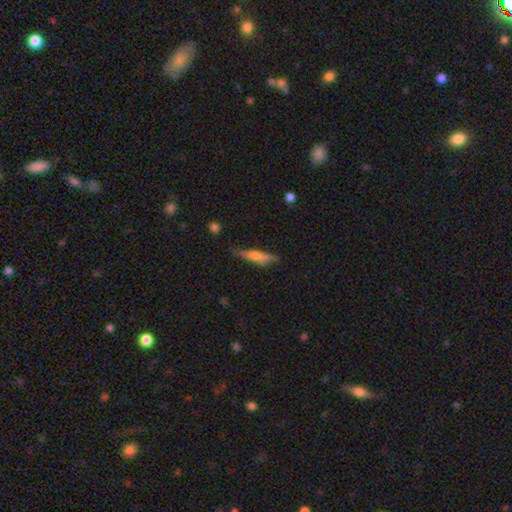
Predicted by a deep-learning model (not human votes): This appears to be a smooth galaxy with no disk features (53%) that is cigar-shaped (84%). Merging: none (73%).